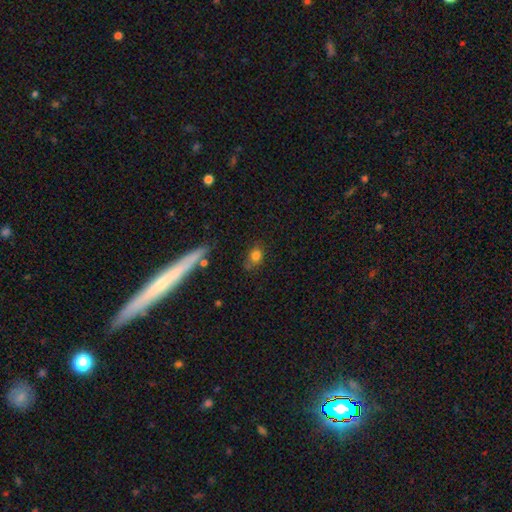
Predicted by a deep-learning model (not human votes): Overall: smooth (79%). How rounded: in between (51%; round 45%). Merging: none (63%; minor disturbance 23%).